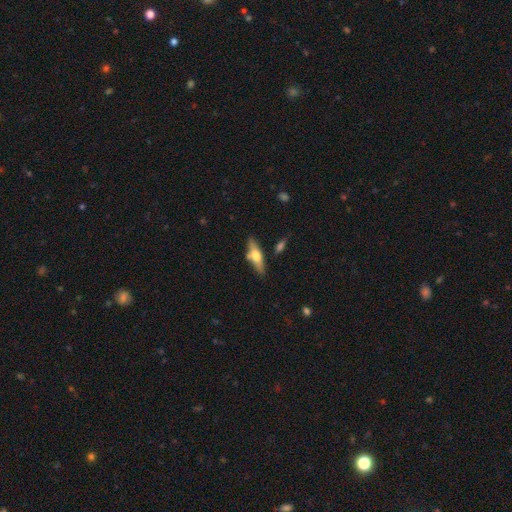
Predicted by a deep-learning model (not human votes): Smooth or featured? Predicted: smooth (p=0.47, tied with featured or disk). Merging? Predicted: none (p=0.75).